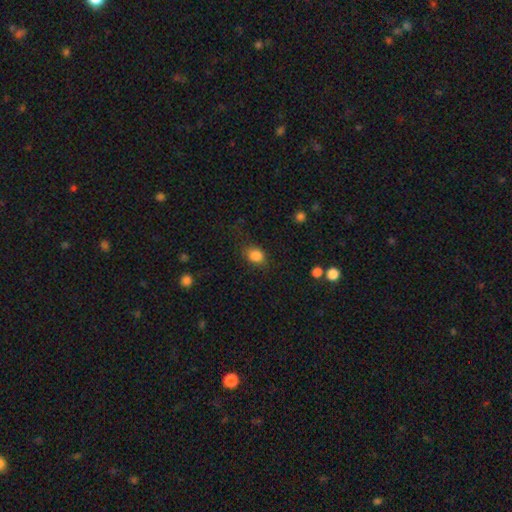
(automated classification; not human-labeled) Smooth or featured?
  - smooth: 85% *
  - star or artifact: 10%
  - featured or disk: 4%
How rounded?
  - in between: 52% *
  - round: 47%
  - cigar-shaped: 1%
Merging?
  - none: 73% *
  - minor disturbance: 18%
  - major disturbance: 7%
  - merger: 2%